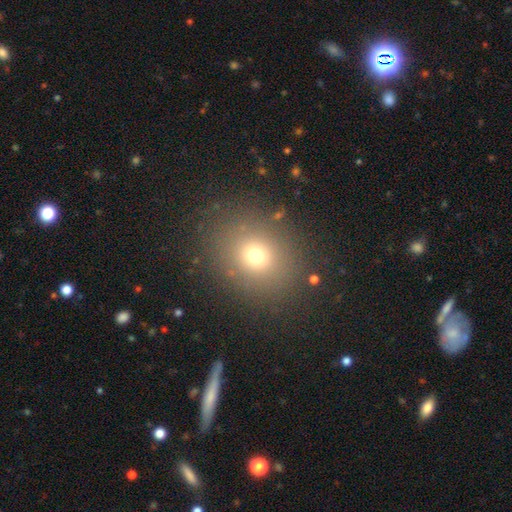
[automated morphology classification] smooth 69%, star or artifact 20%, featured or disk 11%. Down the decision tree: how rounded — round (70%); merging — none (84%).